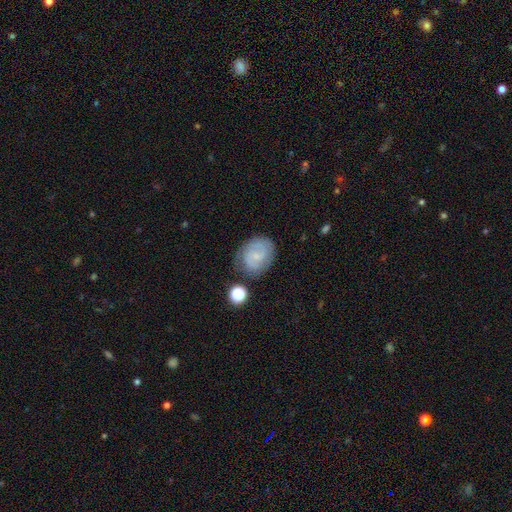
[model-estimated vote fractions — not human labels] This is possibly a featured or disk galaxy (56%). It is clearly not viewed edge-on (97%). Bar: possibly no (60%). Spiral arm pattern: clearly yes (87%). Central bulge: likely small (64%). Merging: likely none (72%).